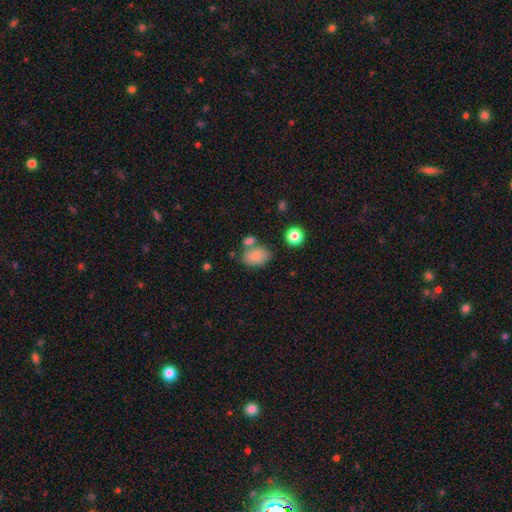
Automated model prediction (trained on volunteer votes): The model was most divided on "merging": none: 58%, merger: 21%, minor disturbance: 16%, major disturbance: 5%. More confident: how rounded — in between (83%); smooth or featured — smooth (82%).